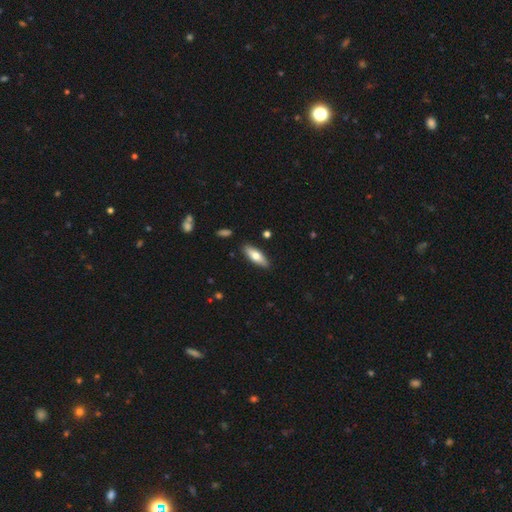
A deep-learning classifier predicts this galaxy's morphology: smooth-or-featured: smooth: 69% | featured or disk: 26% | star or artifact: 6%
  how-rounded: in between: 58% | cigar-shaped: 40% | round: 2%
  merging: none: 88% | minor disturbance: 9% | merger: 2% | major disturbance: 2%